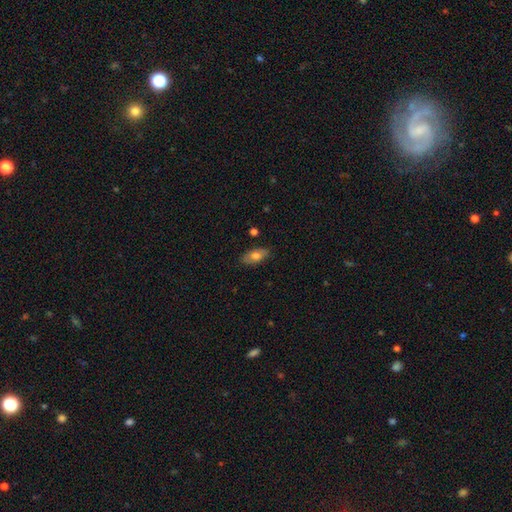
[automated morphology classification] Smooth or featured?
  - smooth: 74% *
  - featured or disk: 18%
  - star or artifact: 7%
How rounded?
  - in between: 89% *
  - cigar-shaped: 8%
  - round: 3%
Merging?
  - none: 84% *
  - minor disturbance: 12%
  - major disturbance: 2%
  - merger: 2%